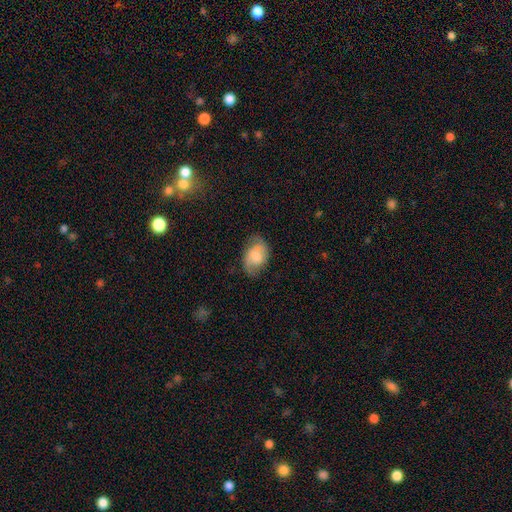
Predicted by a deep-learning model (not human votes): smooth 54%, featured or disk 39%, star or artifact 7%. Down the decision tree: how rounded — in between (85%); merging — none (67%).